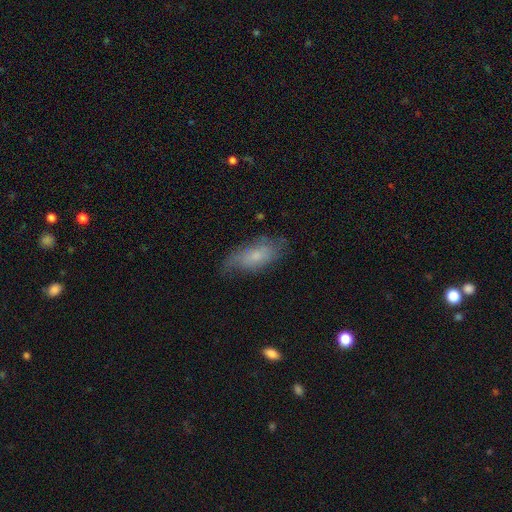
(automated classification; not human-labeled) Smooth or featured? smooth (58%)
How rounded? in between (83%)
Merging? none (57%)